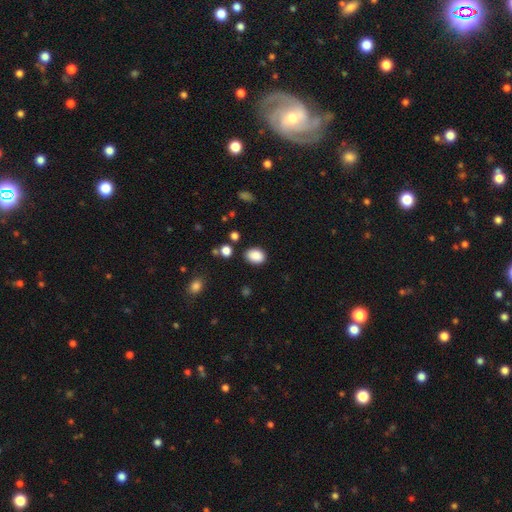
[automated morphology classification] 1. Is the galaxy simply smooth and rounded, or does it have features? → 88% smooth, 8% star or artifact, 4% featured or disk.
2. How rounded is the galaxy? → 74% in between, 25% round, 1% cigar-shaped.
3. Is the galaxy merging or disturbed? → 84% none, 11% minor disturbance, 3% major disturbance, 3% merger.